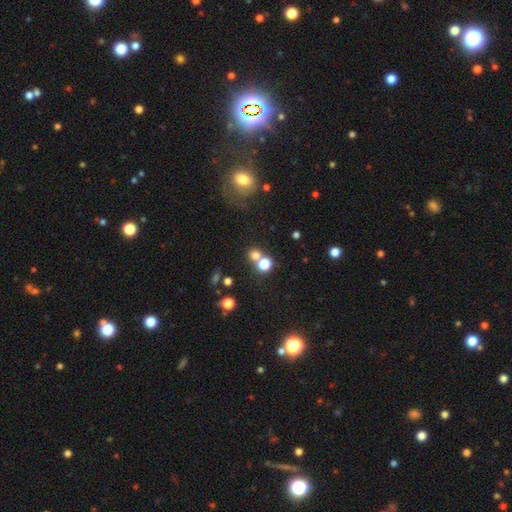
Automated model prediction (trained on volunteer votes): This appears to be a smooth galaxy with no disk features (70%) that is round (84%). Merging: none (56%).